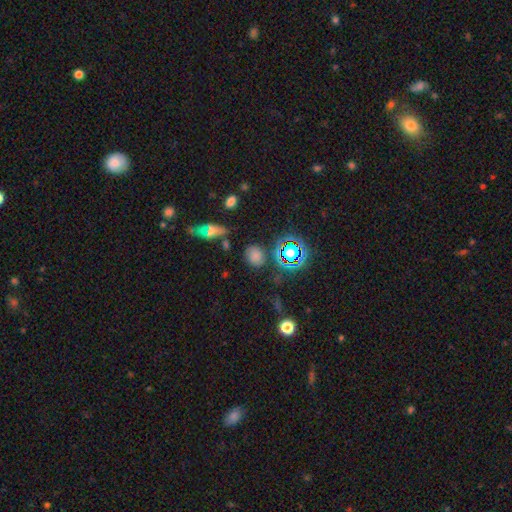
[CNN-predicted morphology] Smooth or featured: smooth — 66% (star or artifact — 25%)
How rounded: round — 66% (in between — 32%)
Merging: none — 78% (minor disturbance — 13%)